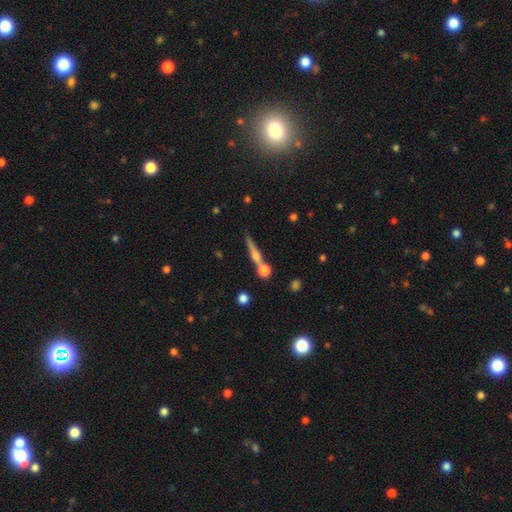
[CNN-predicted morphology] Q: Smooth or featured?
A: featured or disk (52%); runner-up: smooth (38%)
Q: Edge-on disk?
A: yes (94%); runner-up: no (6%)
Q: Merging?
A: none (66%); runner-up: merger (19%)